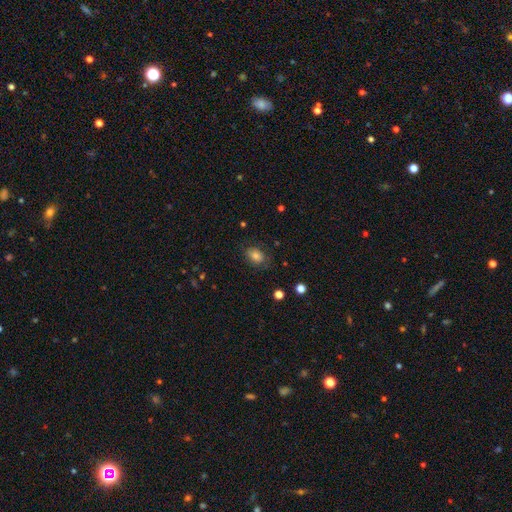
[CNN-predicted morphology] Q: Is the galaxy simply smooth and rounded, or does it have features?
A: smooth — 77%.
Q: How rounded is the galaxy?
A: in between — 73%.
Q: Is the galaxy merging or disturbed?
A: none — 75%.